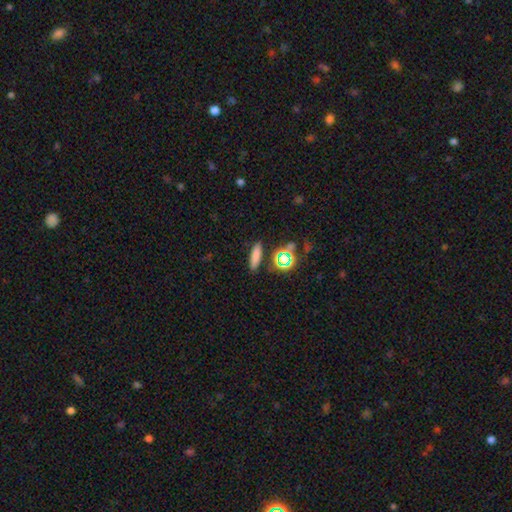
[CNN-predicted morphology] smooth-or-featured: smooth: 74% | star or artifact: 17% | featured or disk: 9%
  how-rounded: cigar-shaped: 65% | in between: 29% | round: 6%
  merging: none: 85% | minor disturbance: 8% | merger: 4% | major disturbance: 3%